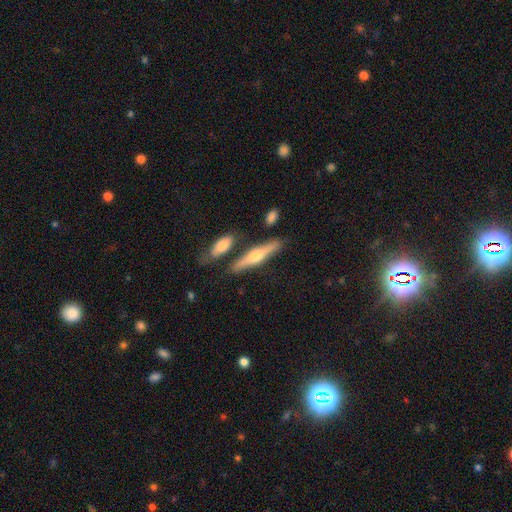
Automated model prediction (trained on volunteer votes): The model was most divided on "smooth or featured": featured or disk: 59%, smooth: 35%, star or artifact: 6%. More confident: edge-on disk — yes (94%); edge-on bulge — rounded (92%); merging — none (78%).